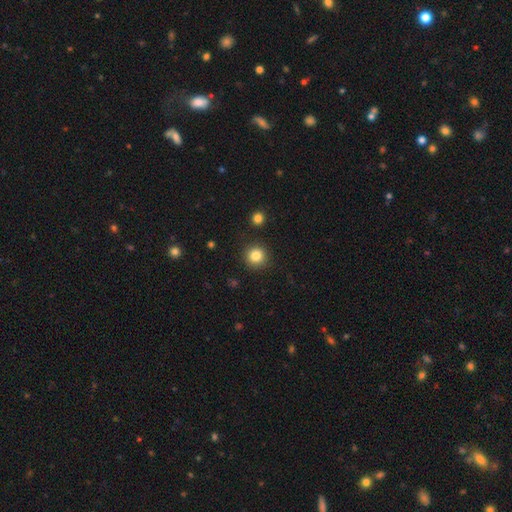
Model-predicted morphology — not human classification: Smooth or featured: smooth — 83% (star or artifact — 11%)
How rounded: round — 93% (in between — 6%)
Merging: none — 90% (minor disturbance — 6%)